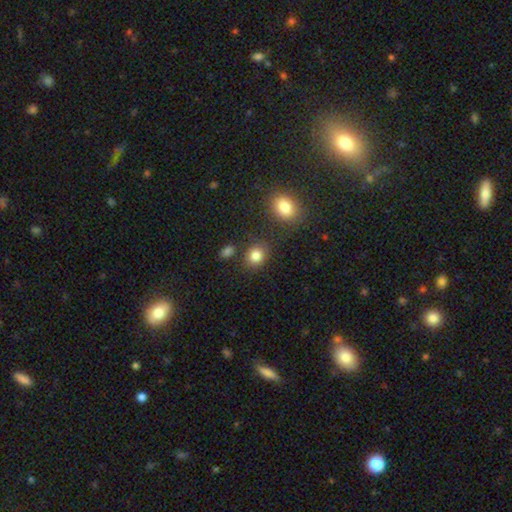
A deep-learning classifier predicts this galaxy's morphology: Smooth or featured? smooth (83%)
How rounded? round (63%)
Merging? none (78%)